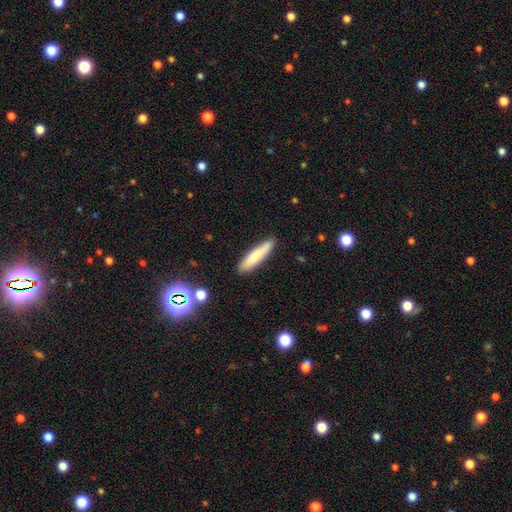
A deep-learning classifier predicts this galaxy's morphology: smooth_or_featured: smooth (p=0.79) [alt: featured or disk p=0.15]
how_rounded: cigar-shaped (p=0.87) [alt: in between p=0.12]
merging: none (p=0.87) [alt: minor disturbance p=0.09]